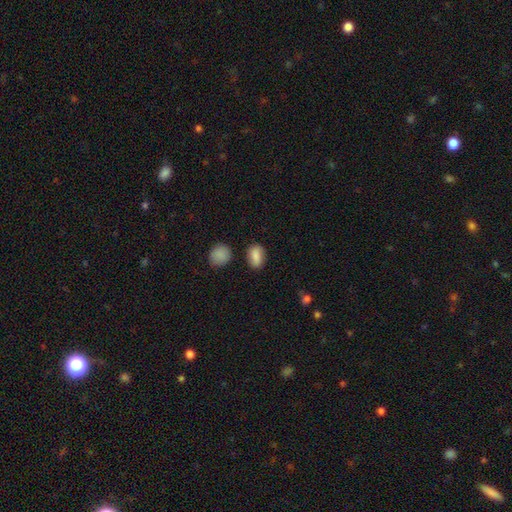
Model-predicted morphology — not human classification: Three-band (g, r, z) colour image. It shows a smooth galaxy with no disk features (85%) that is in between round and cigar-shaped (84%). Merging: none (78%).